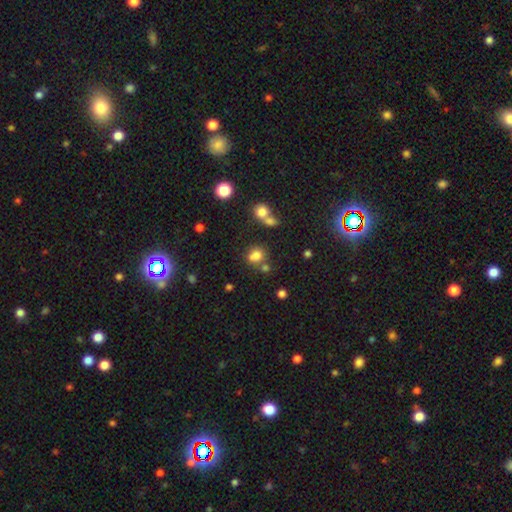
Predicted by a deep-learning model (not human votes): Smooth or featured? smooth (75%)
How rounded? round (58%)
Merging? none (52%)